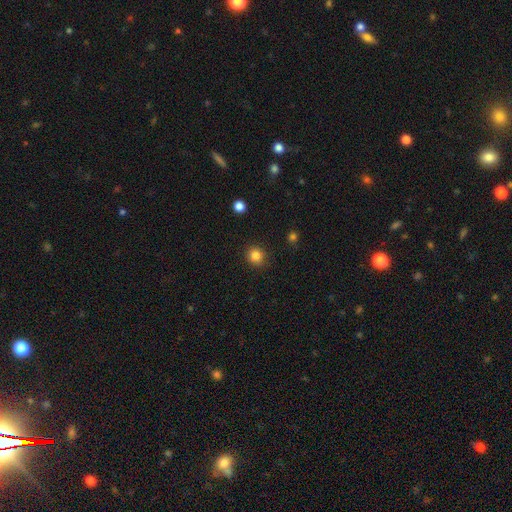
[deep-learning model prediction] This is clearly a smooth galaxy (84%). How rounded: clearly round (91%). Merging: clearly none (90%).